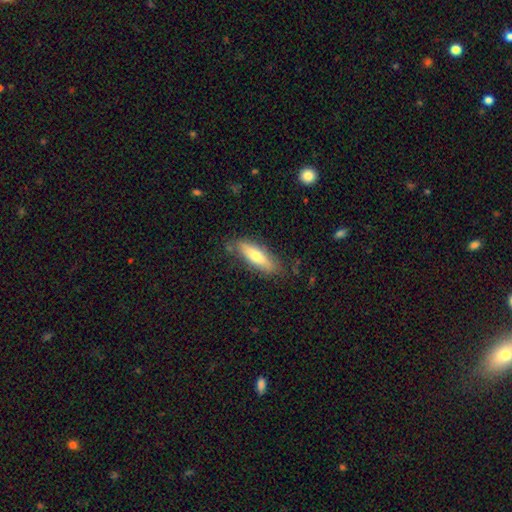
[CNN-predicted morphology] smooth 67%, featured or disk 27%, star or artifact 6%. Down the decision tree: how rounded — cigar-shaped (55%); merging — none (80%).